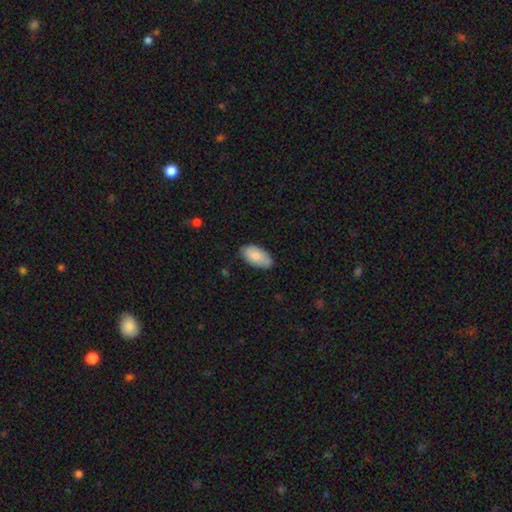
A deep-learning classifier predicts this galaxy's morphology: This is clearly a smooth galaxy (85%). How rounded: clearly in between (95%). Merging: likely none (77%).